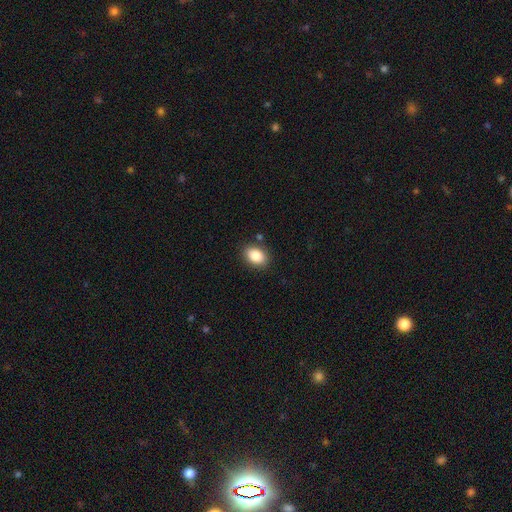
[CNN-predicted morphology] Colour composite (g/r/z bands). It shows a smooth galaxy with no disk features (85%) that is in between round and cigar-shaped (76%). Merging: none (84%).